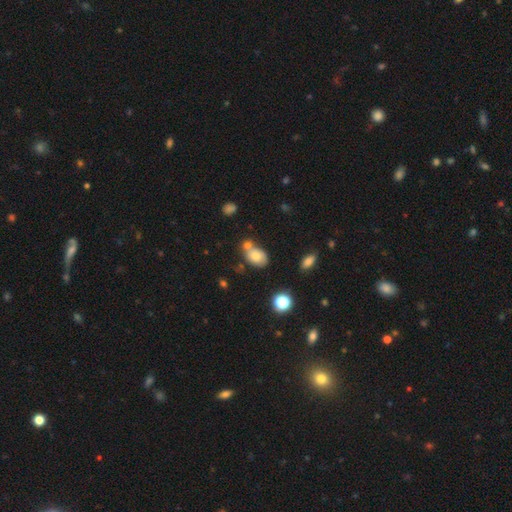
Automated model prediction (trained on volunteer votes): This is likely a smooth galaxy (75%). How rounded: likely in between (79%). Merging: marginally none (45%).